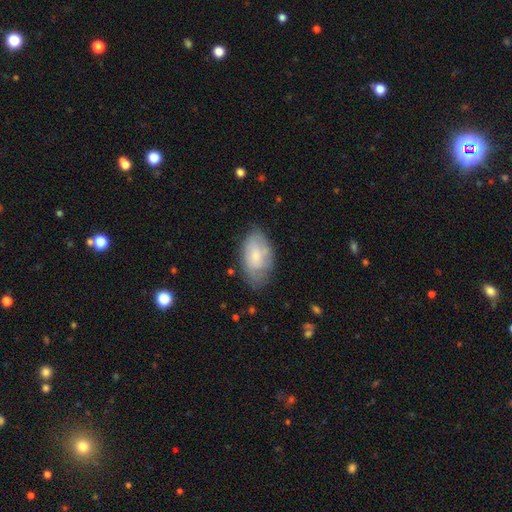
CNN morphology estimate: Smooth or featured: smooth — 58% (featured or disk — 35%)
How rounded: in between — 93% (round — 5%)
Merging: none — 65% (minor disturbance — 26%)